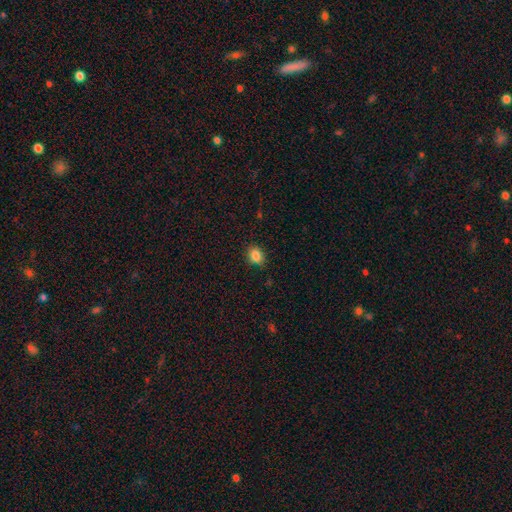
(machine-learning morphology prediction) The model was most divided on "how rounded": round: 54%, in between: 45%, cigar-shaped: 1%. More confident: smooth or featured — smooth (85%); merging — none (85%).